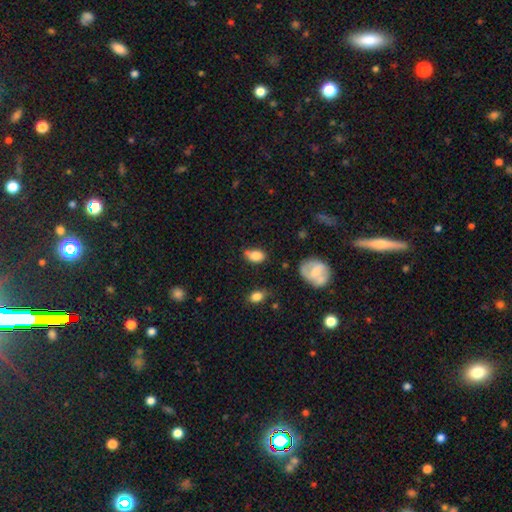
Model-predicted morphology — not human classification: Smooth or featured?
  - smooth: 80% *
  - featured or disk: 12%
  - star or artifact: 8%
How rounded?
  - in between: 86% *
  - round: 11%
  - cigar-shaped: 3%
Merging?
  - none: 50% *
  - minor disturbance: 34%
  - major disturbance: 10%
  - merger: 6%